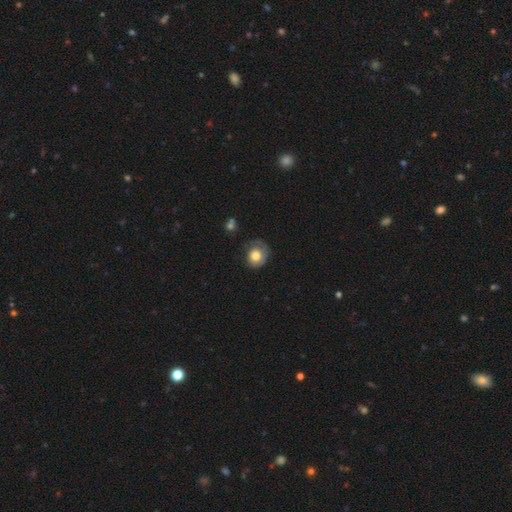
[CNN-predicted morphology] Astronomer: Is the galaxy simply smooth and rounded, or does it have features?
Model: smooth — 66%.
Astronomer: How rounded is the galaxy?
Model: round — 76%.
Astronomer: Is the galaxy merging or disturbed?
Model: none — 57%.